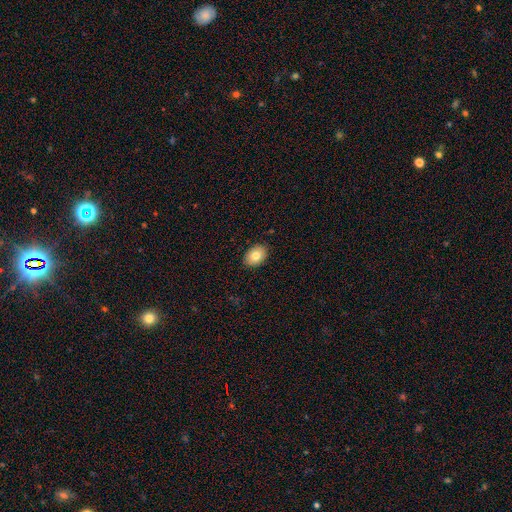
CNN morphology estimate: smooth_or_featured: smooth (p=0.79) [alt: featured or disk p=0.13]
how_rounded: in between (p=0.81) [alt: round p=0.18]
merging: none (p=0.89) [alt: minor disturbance p=0.08]